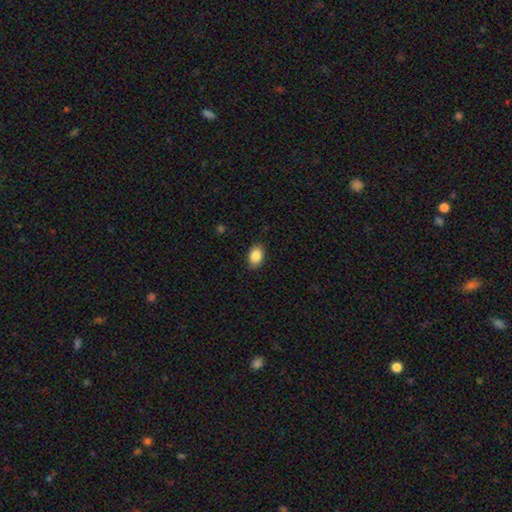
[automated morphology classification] type=smooth (88%); roundness=in between (85%); merging=none (88%).